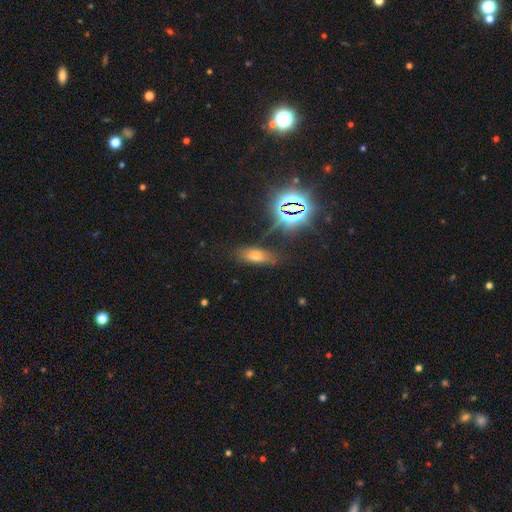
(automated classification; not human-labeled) smooth-or-featured: smooth: 55% | star or artifact: 28% | featured or disk: 17%
  how-rounded: in between: 76% | cigar-shaped: 18% | round: 6%
  merging: none: 76% | minor disturbance: 15% | major disturbance: 5% | merger: 3%